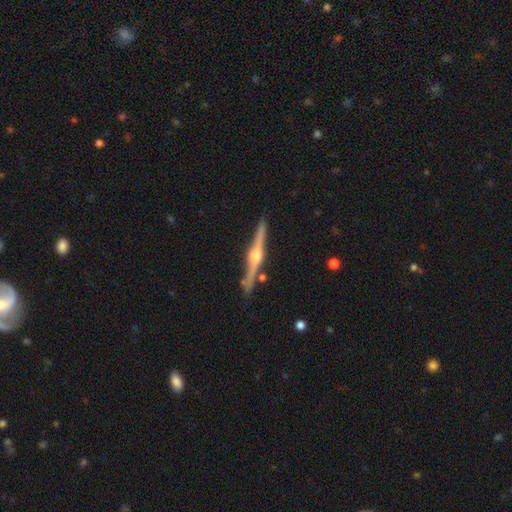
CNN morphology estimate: type=featured or disk (87%); edge-on=yes (98%); edge-on bulge=rounded (92%); merging=none (87%).